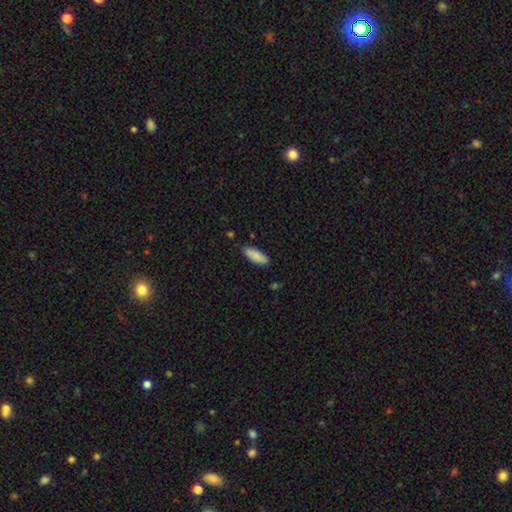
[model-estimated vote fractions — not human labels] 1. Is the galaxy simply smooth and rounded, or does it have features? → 87% smooth, 7% featured or disk, 6% star or artifact.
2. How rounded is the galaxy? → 71% in between, 27% cigar-shaped, 2% round.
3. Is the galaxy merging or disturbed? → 79% none, 16% minor disturbance, 2% major disturbance, 2% merger.